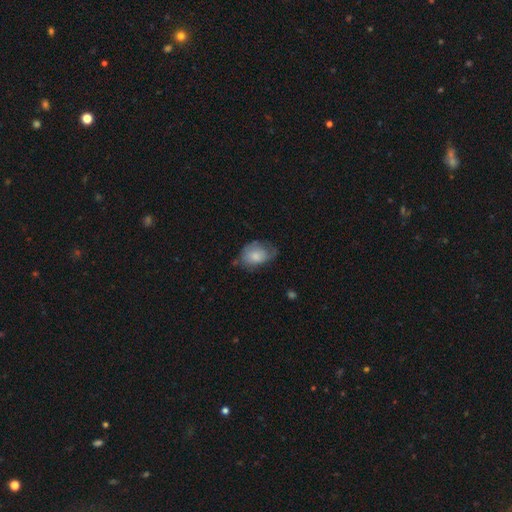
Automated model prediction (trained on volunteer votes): Smooth or featured? smooth (72%)
How rounded? in between (80%)
Merging? none (44%)